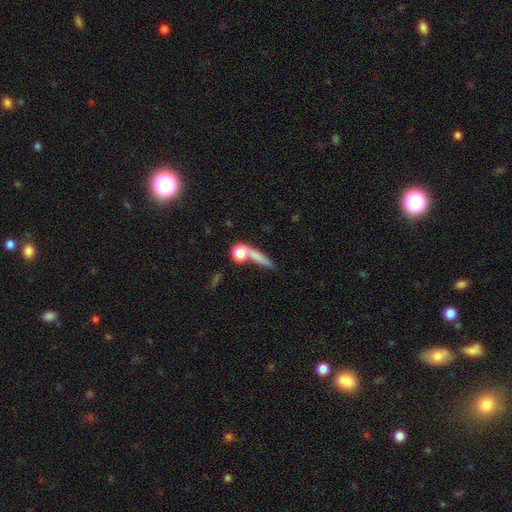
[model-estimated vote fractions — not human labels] Morphology: type=smooth (70%); roundness=cigar-shaped (53%); merging=none (54%).